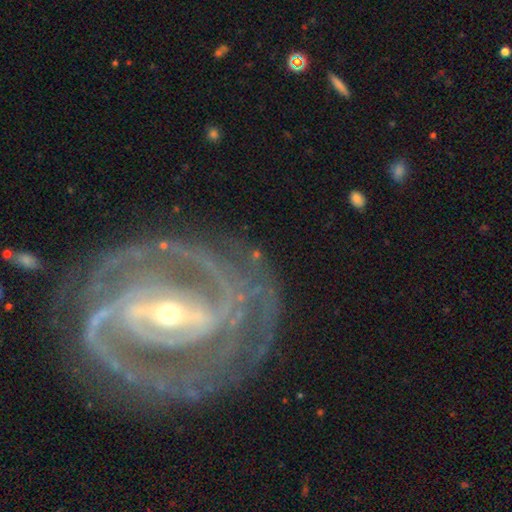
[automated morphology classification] Smooth or featured: featured or disk — 76% (smooth — 12%)
Edge-on disk: no — 94% (yes — 6%)
Bar: strong — 48% (weak — 28%)
Spiral arms: yes — 84% (no — 16%)
Spiral winding: tight — 49% (medium — 35%)
Spiral arm count: 2 — 45% (can't tell — 22%)
Bulge size: small — 44% (moderate — 40%)
Merging: none — 67% (minor disturbance — 15%)